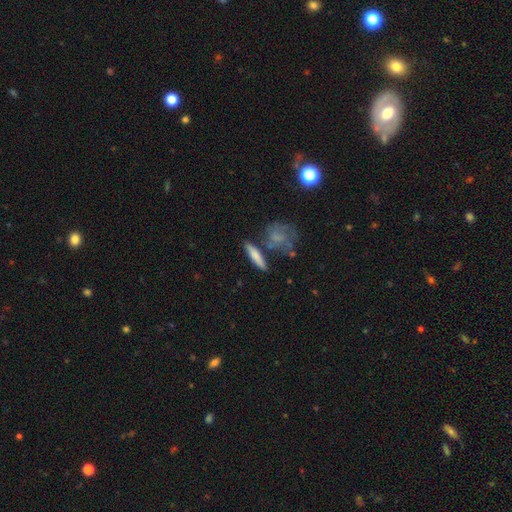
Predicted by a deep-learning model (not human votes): Morphology: type=smooth (73%); roundness=cigar-shaped (76%); merging=none (70%).